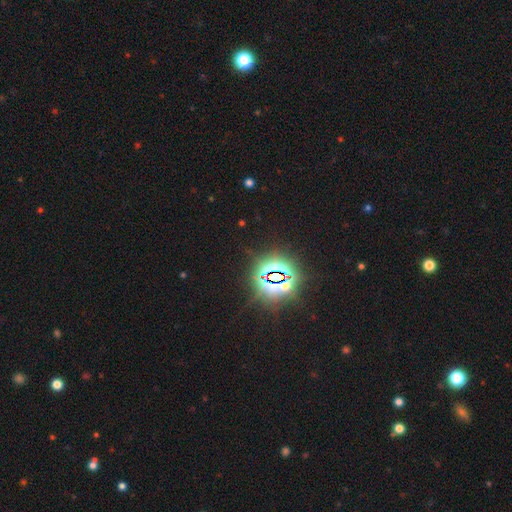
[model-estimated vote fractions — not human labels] smooth-or-featured: star or artifact: 84% | smooth: 9% | featured or disk: 6%